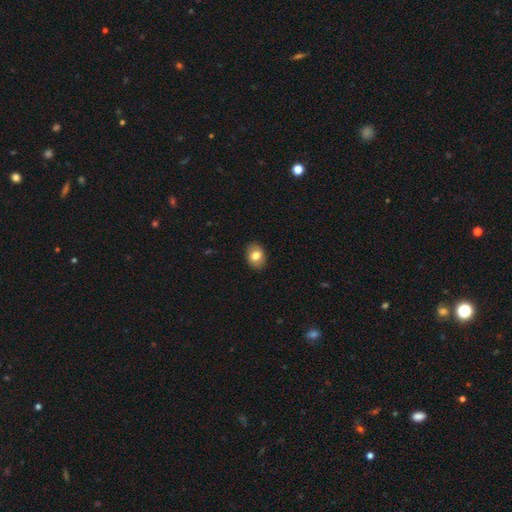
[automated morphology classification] smooth_or_featured: smooth (p=0.79) [alt: featured or disk p=0.13]
how_rounded: in between (p=0.71) [alt: round p=0.28]
merging: none (p=0.89) [alt: minor disturbance p=0.08]